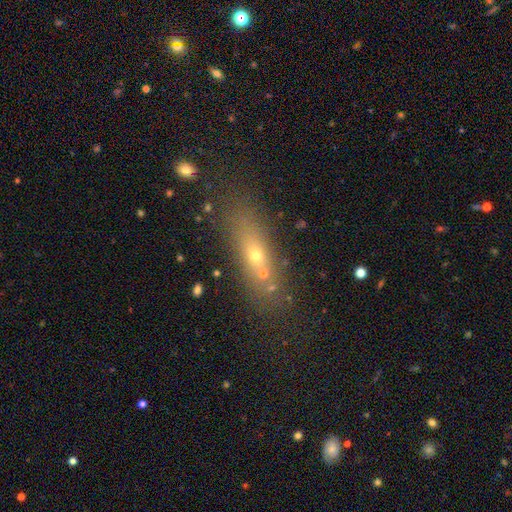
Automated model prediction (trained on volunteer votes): Q: Smooth or featured?
A: smooth (51%); runner-up: featured or disk (27%)
Q: How rounded?
A: cigar-shaped (47%); runner-up: in between (42%)
Q: Merging?
A: none (65%); runner-up: merger (17%)